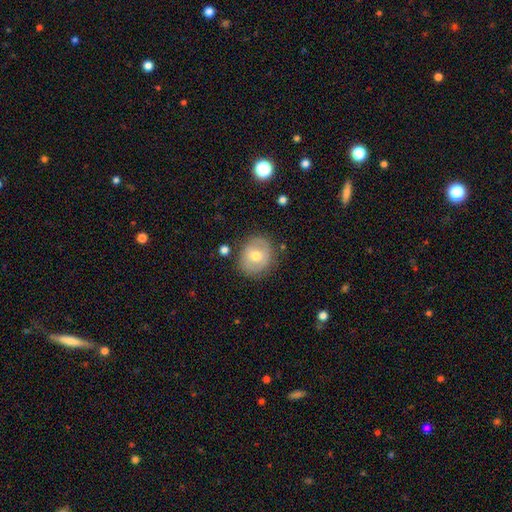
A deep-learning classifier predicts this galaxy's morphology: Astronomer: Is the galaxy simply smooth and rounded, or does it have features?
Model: smooth — 54% (runner-up: featured or disk, 38%).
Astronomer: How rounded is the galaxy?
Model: round — 71%.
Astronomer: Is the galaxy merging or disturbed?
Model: none — 79%.